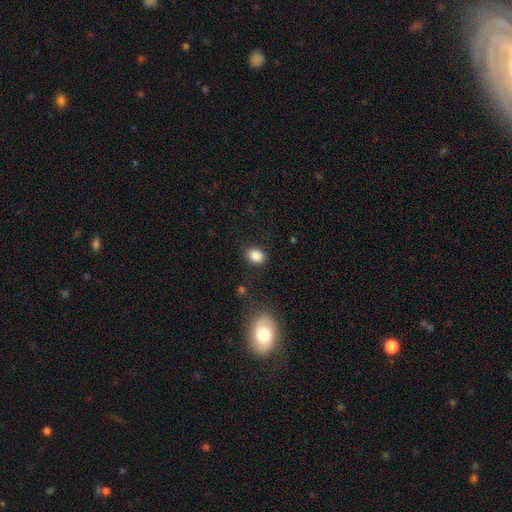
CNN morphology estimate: Q: Smooth or featured?
A: smooth (86%); runner-up: star or artifact (10%)
Q: How rounded?
A: in between (64%); runner-up: round (35%)
Q: Merging?
A: none (85%); runner-up: minor disturbance (10%)